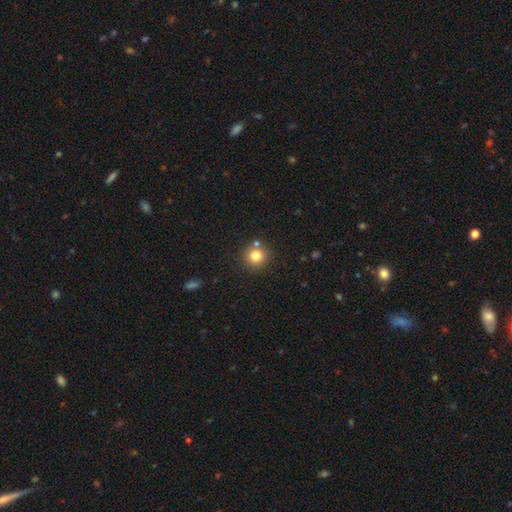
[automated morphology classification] Overall: smooth (81%). How rounded: round (92%). Merging: none (78%).